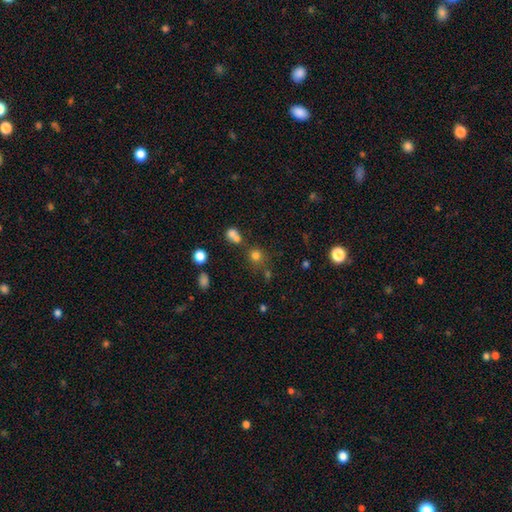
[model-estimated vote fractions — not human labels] Smooth or featured: smooth — 75% (star or artifact — 18%)
How rounded: round — 85% (in between — 13%)
Merging: none — 64% (merger — 21%)